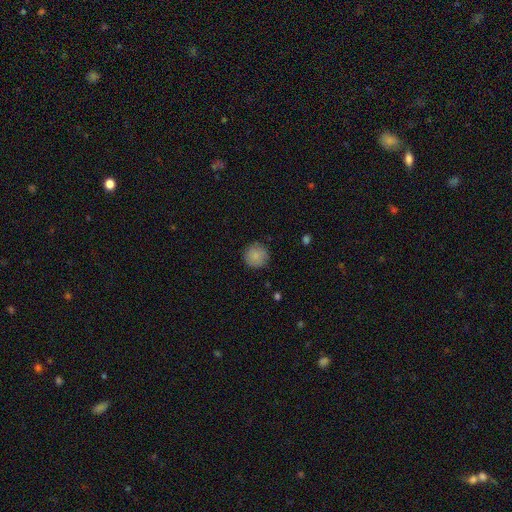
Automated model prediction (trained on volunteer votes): smooth 86%, star or artifact 7%, featured or disk 7%. Down the decision tree: how rounded — round (94%); merging — none (85%).